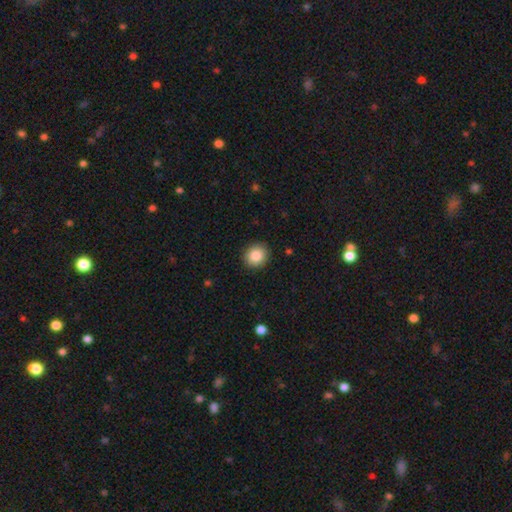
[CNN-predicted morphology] A smooth galaxy with no disk features (86%) that is round (82%).

Vote fractions:
- Smooth or featured? smooth: 86% / star or artifact: 9% / featured or disk: 5%
- How rounded? round: 82% / in between: 17% / cigar-shaped: 1%
- Merging? none: 90% / minor disturbance: 7% / major disturbance: 2% / merger: 1%